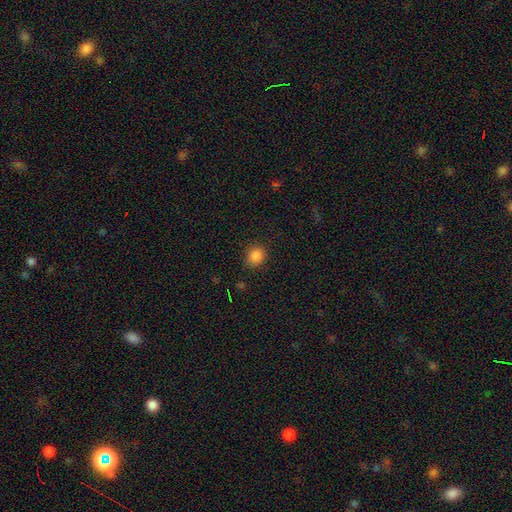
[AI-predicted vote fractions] A smooth galaxy with no disk features (85%) that is round (73%).

Vote fractions:
- Smooth or featured? smooth: 85% / star or artifact: 12% / featured or disk: 3%
- How rounded? round: 73% / in between: 26% / cigar-shaped: 1%
- Merging? none: 85% / minor disturbance: 11% / major disturbance: 3% / merger: 1%